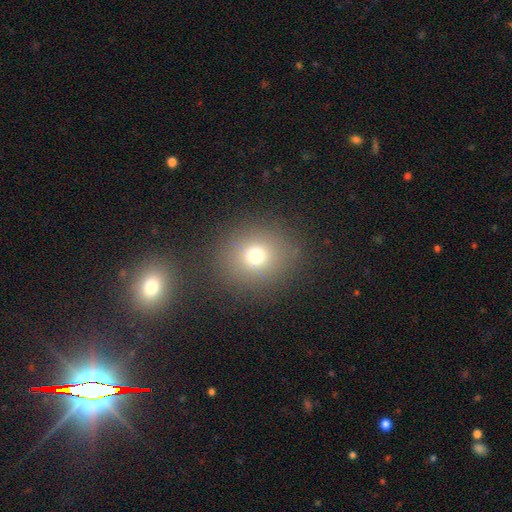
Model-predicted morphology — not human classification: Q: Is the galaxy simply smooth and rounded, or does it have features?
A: smooth — 72%.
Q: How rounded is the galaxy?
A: round — 76%.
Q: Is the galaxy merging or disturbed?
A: none — 85%.